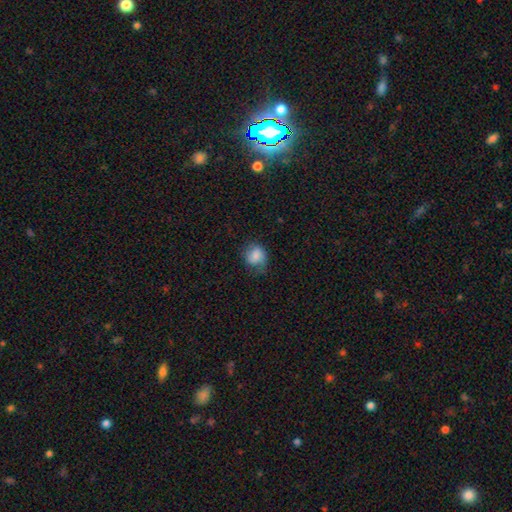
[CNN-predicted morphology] Overall: smooth (76%). How rounded: round (65%; in between 34%). Merging: none (62%; minor disturbance 27%).